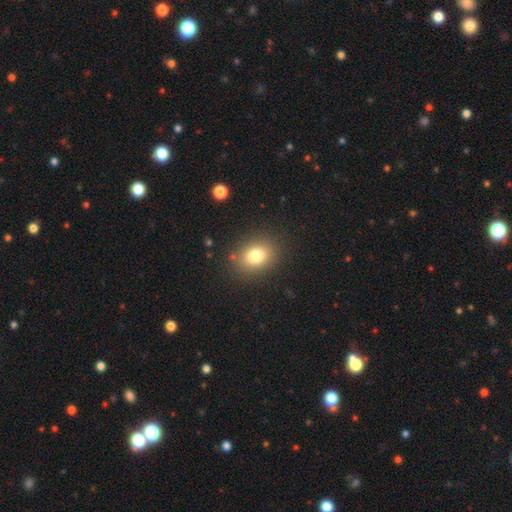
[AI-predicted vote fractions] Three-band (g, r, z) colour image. It shows a smooth galaxy with no disk features (79%) that is in between round and cigar-shaped (51%). Merging: none (86%).